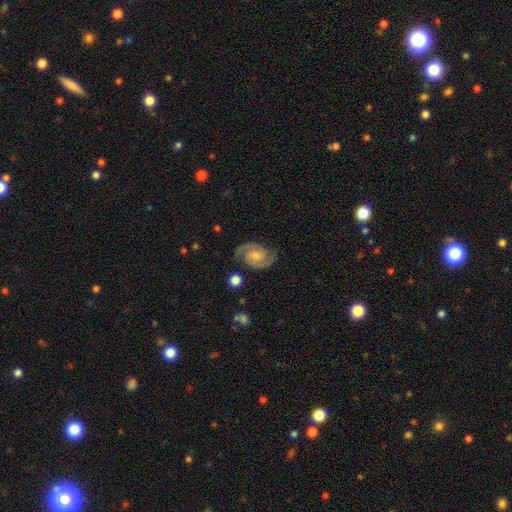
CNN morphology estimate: Q: Smooth or featured?
A: featured or disk (90%); runner-up: smooth (6%)
Q: Edge-on disk?
A: no (98%); runner-up: yes (2%)
Q: Bar?
A: no (57%); runner-up: weak (35%)
Q: Spiral arms?
A: yes (98%); runner-up: no (2%)
Q: Spiral winding?
A: medium (49%); runner-up: tight (41%)
Q: Spiral arm count?
A: 2 (93%); runner-up: can't tell (2%)
Q: Bulge size?
A: moderate (43%); runner-up: small (39%)
Q: Merging?
A: none (83%); runner-up: minor disturbance (12%)